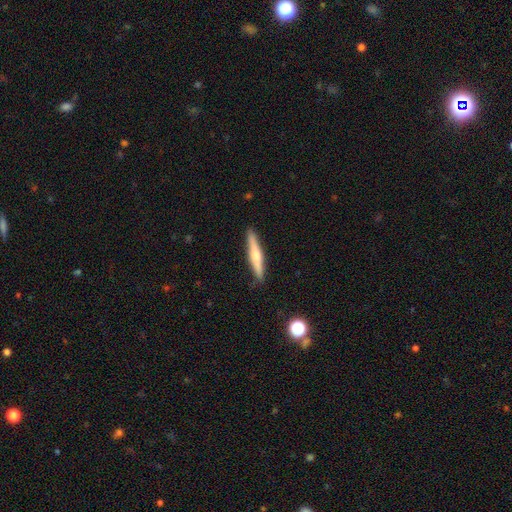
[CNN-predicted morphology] Smooth or featured?
  - smooth: 50% *
  - featured or disk: 45%
  - star or artifact: 5%
How rounded?
  - cigar-shaped: 93% *
  - in between: 6%
  - round: 1%
Merging?
  - none: 89% *
  - minor disturbance: 8%
  - major disturbance: 2%
  - merger: 1%